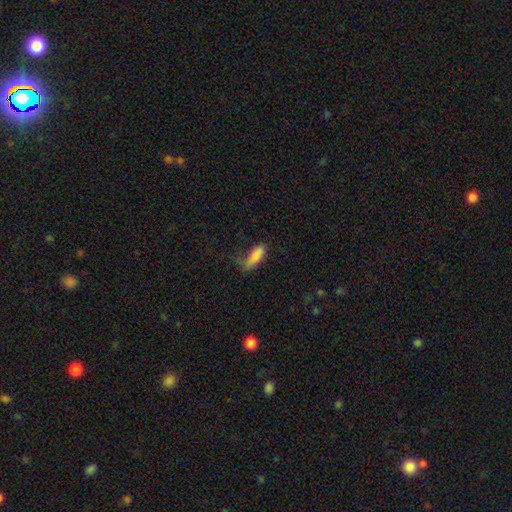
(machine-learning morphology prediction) The model was most divided on "merging": none: 38%, minor disturbance: 34%, major disturbance: 24%, merger: 3%. More confident: smooth or featured — smooth (80%); how rounded — in between (61%).